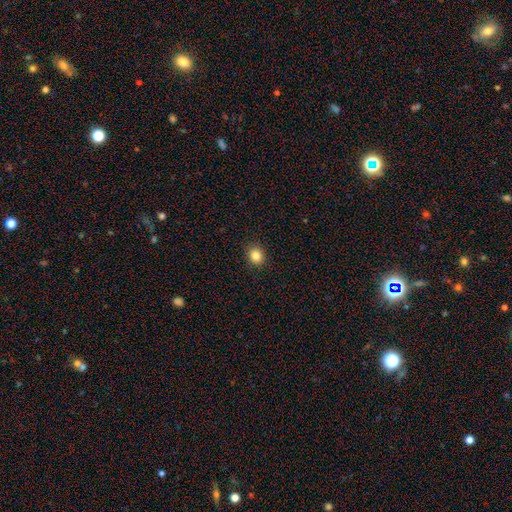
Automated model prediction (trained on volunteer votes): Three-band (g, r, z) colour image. It shows a smooth galaxy with no disk features (84%) that is round (73%). Merging: none (90%).